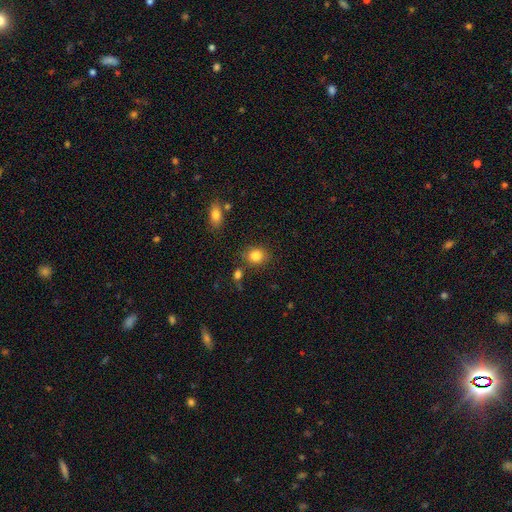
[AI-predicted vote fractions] Overall: smooth (84%). How rounded: round (68%; in between 31%). Merging: none (79%).